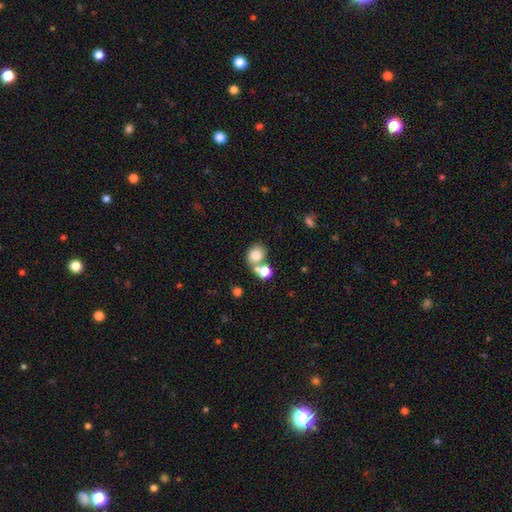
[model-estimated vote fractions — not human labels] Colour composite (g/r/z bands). It shows a smooth galaxy with no disk features (77%) that is round (65%). Merging: none (45%).